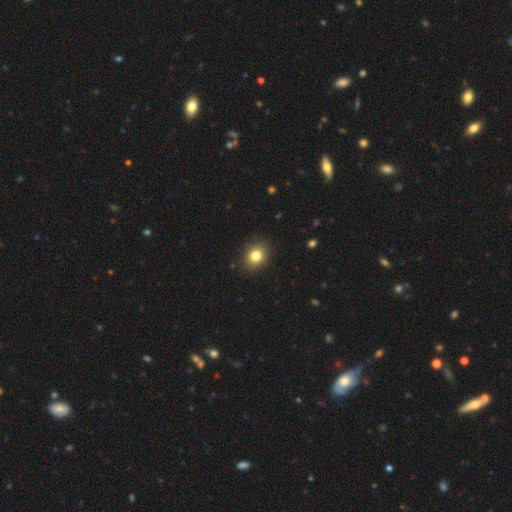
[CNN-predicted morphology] Smooth or featured?
  - smooth: 81% *
  - star or artifact: 12%
  - featured or disk: 7%
How rounded?
  - round: 65% *
  - in between: 34%
  - cigar-shaped: 1%
Merging?
  - none: 89% *
  - minor disturbance: 8%
  - major disturbance: 2%
  - merger: 1%